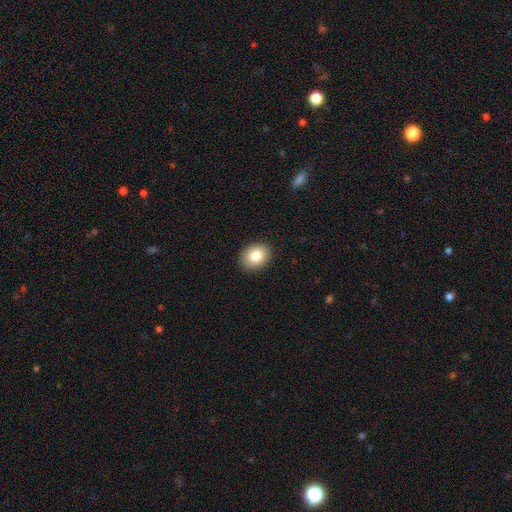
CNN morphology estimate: Smooth or featured: smooth — 84% (star or artifact — 8%)
How rounded: in between — 56% (round — 43%)
Merging: none — 90% (minor disturbance — 7%)